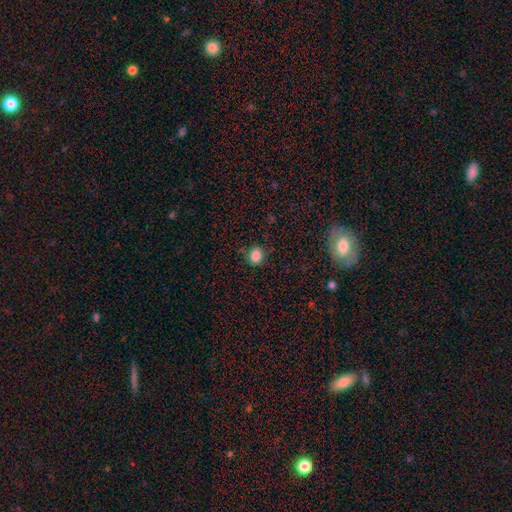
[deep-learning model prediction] Smooth or featured?
  - smooth: 85% *
  - star or artifact: 11%
  - featured or disk: 4%
How rounded?
  - round: 72% *
  - in between: 27%
  - cigar-shaped: 1%
Merging?
  - none: 80% *
  - minor disturbance: 14%
  - major disturbance: 4%
  - merger: 2%